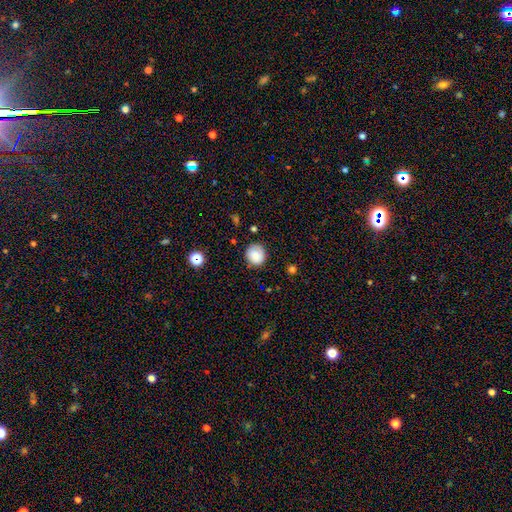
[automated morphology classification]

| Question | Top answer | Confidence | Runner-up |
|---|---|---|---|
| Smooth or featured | smooth | 79% | featured or disk (11%) |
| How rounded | round | 85% | in between (14%) |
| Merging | none | 78% | minor disturbance (16%) |